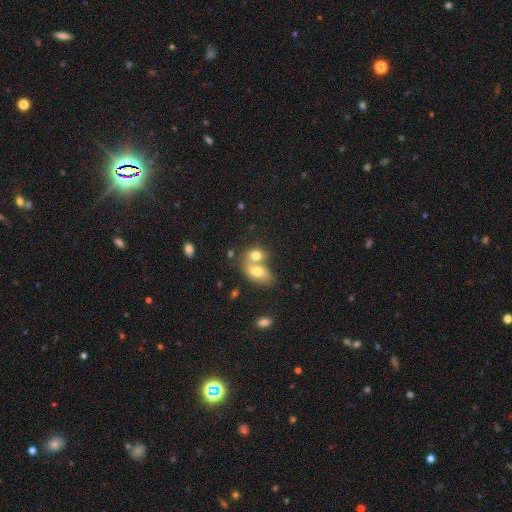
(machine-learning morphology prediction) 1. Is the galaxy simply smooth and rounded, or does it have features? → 73% smooth, 18% featured or disk, 9% star or artifact.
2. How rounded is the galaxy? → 71% in between, 27% round, 2% cigar-shaped.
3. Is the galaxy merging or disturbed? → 68% merger, 23% none, 6% minor disturbance, 3% major disturbance.